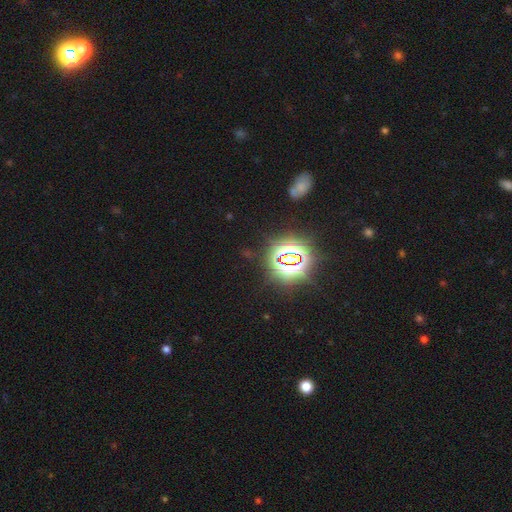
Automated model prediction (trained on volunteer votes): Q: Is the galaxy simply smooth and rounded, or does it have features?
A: star or artifact — 79%.